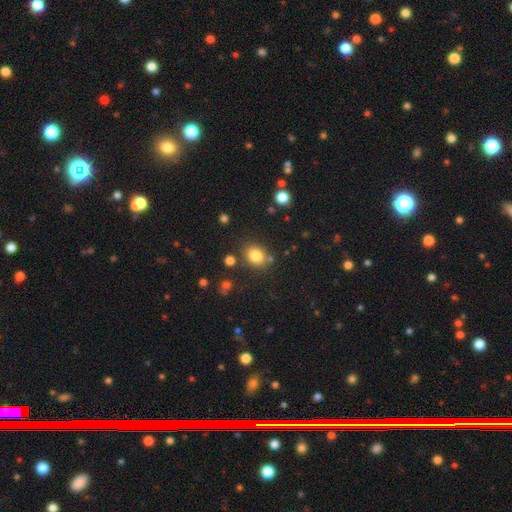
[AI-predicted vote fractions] Smooth or featured: smooth — 82% (star or artifact — 11%)
How rounded: round — 55% (in between — 44%)
Merging: none — 76% (minor disturbance — 12%)